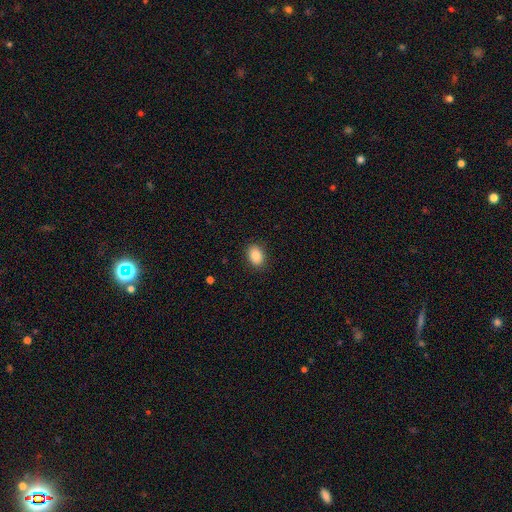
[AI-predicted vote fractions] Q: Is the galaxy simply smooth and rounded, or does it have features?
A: smooth — 88%.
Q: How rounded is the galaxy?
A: in between — 80%.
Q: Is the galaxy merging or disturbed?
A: none — 88%.